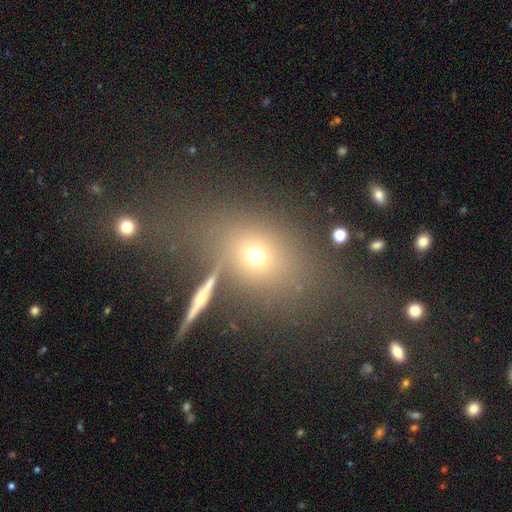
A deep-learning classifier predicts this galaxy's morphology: Q: Smooth or featured?
A: smooth (62%); runner-up: star or artifact (20%)
Q: How rounded?
A: in between (49%); runner-up: round (47%)
Q: Merging?
A: none (66%); runner-up: minor disturbance (13%)